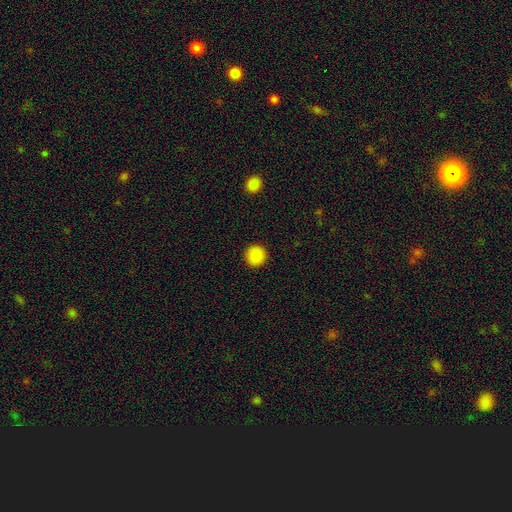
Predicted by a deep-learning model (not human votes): A smooth galaxy with no disk features (89%) that is round (94%). Merging: none (93%).